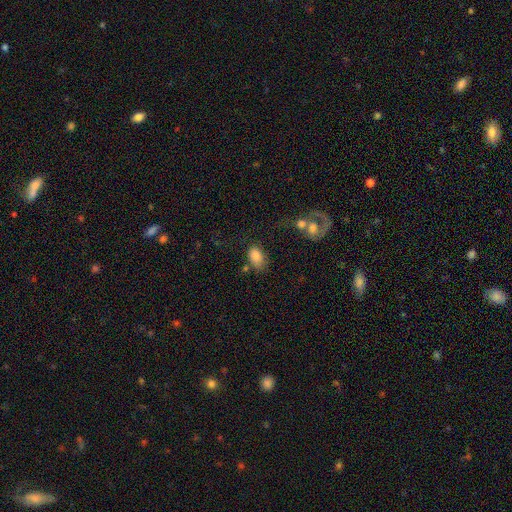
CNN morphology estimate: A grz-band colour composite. It shows a smooth galaxy with no disk features (81%) that is in between round and cigar-shaped (87%). Merging: none (51%).